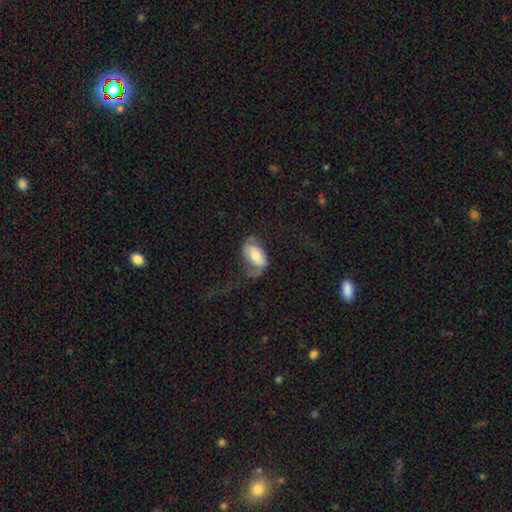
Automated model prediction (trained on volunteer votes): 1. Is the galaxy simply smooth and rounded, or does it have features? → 53% smooth, 41% featured or disk, 7% star or artifact.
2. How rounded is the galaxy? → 91% in between, 5% round, 3% cigar-shaped.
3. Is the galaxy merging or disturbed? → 38% none, 35% major disturbance, 24% minor disturbance, 3% merger.